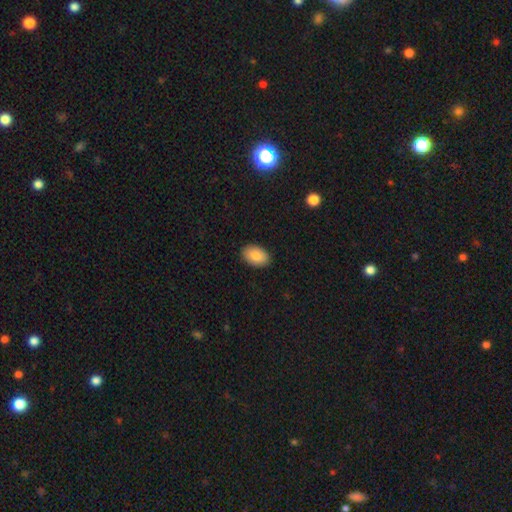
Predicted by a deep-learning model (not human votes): Q: Smooth or featured?
A: smooth (84%); runner-up: featured or disk (9%)
Q: How rounded?
A: in between (90%); runner-up: round (9%)
Q: Merging?
A: none (89%); runner-up: minor disturbance (8%)